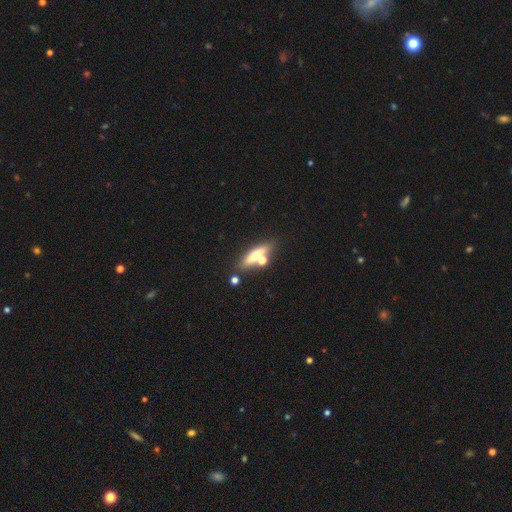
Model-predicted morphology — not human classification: smooth-or-featured: smooth: 46% | featured or disk: 44% | star or artifact: 10%
  merging: none: 62% | merger: 22% | minor disturbance: 11% | major disturbance: 5%